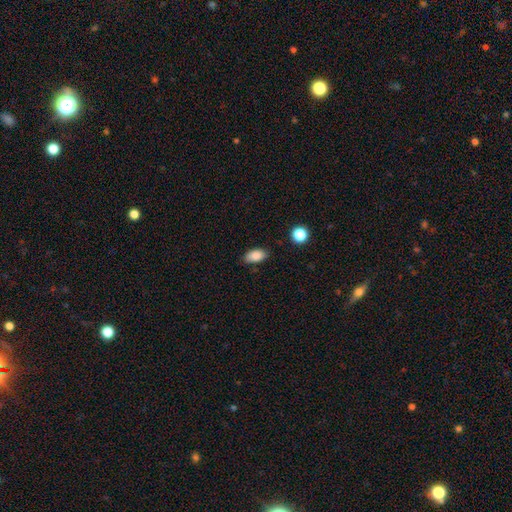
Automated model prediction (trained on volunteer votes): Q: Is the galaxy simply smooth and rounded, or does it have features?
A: smooth — 87%.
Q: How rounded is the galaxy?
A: in between — 91%.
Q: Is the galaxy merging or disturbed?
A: none — 82%.